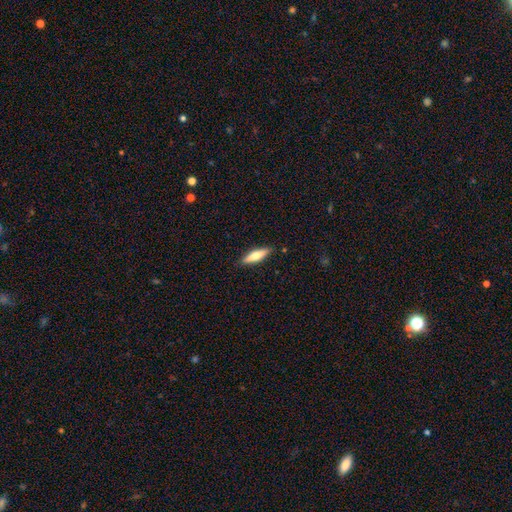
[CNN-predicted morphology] This appears to be a smooth galaxy with no disk features (60%) that is cigar-shaped (67%). Merging: none (88%).